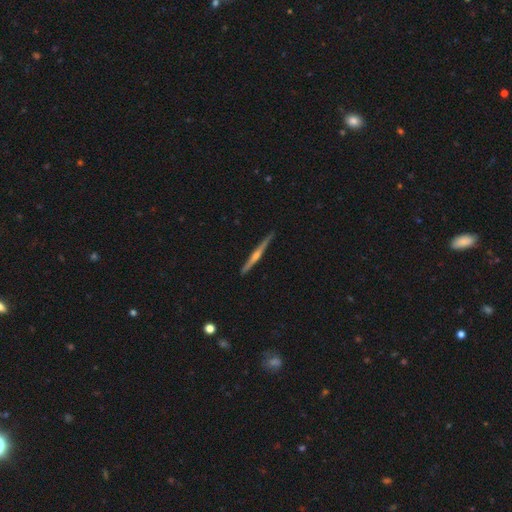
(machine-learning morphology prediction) A featured or disk galaxy (76%) viewed edge-on (98%) with a rounded central bulge (75%).

Vote fractions:
- Smooth or featured? featured or disk: 76% / smooth: 19% / star or artifact: 5%
- Edge-on disk? yes: 98% / no: 2%
- Edge-on bulge? rounded: 75% / none: 16% / boxy: 9%
- Merging? none: 89% / minor disturbance: 8% / major disturbance: 1% / merger: 1%